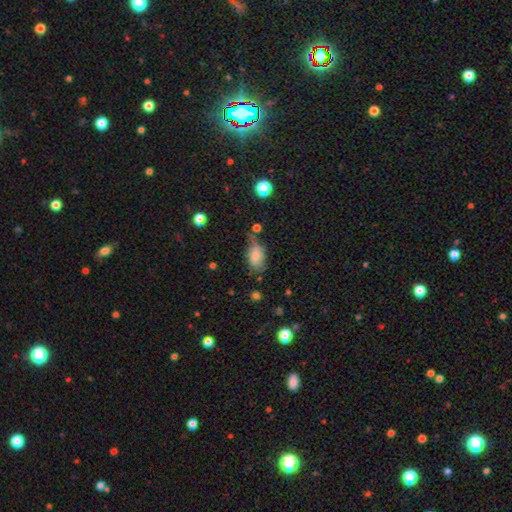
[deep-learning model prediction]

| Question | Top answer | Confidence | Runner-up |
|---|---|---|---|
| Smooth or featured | smooth | 75% | featured or disk (15%) |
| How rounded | in between | 90% | round (7%) |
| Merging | none | 50% | minor disturbance (33%) |